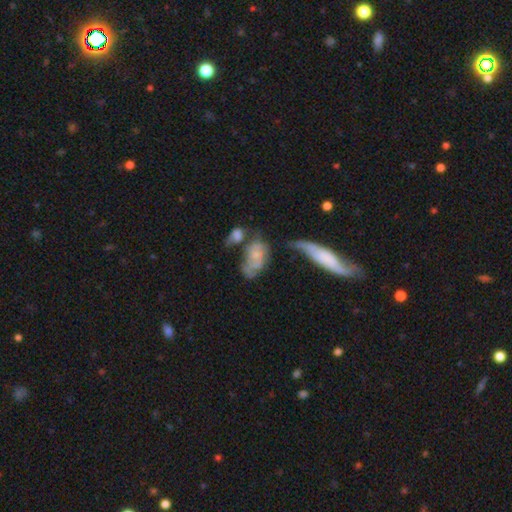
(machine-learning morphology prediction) Smooth or featured: featured or disk — 54% (smooth — 38%)
Edge-on disk: no — 91% (yes — 9%)
Merging: merger — 29% (none — 28%)